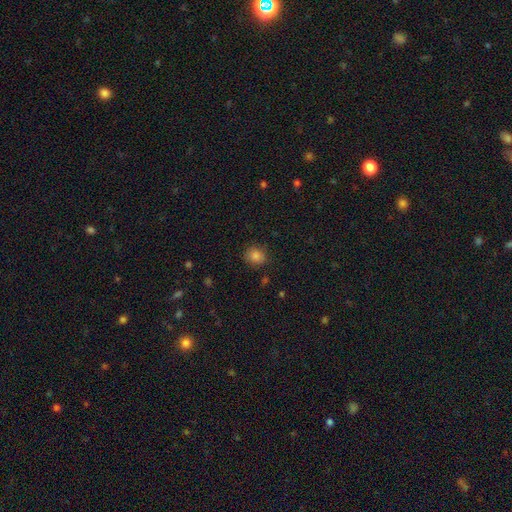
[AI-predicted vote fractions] Overall: smooth (83%). How rounded: round (70%). Merging: none (84%).